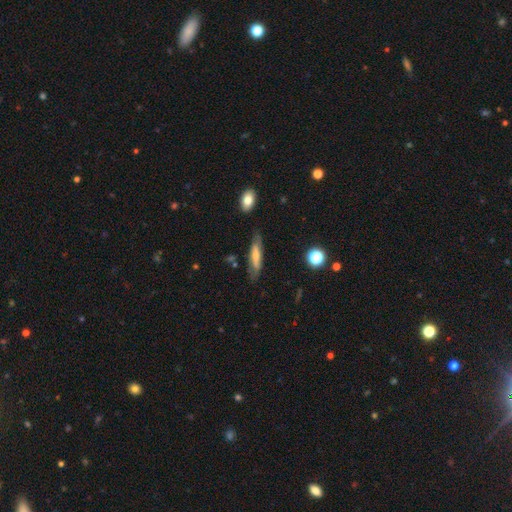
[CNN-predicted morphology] Smooth or featured? Predicted: smooth (p=0.51). How rounded? Predicted: cigar-shaped (p=0.72). Merging? Predicted: none (p=0.72).